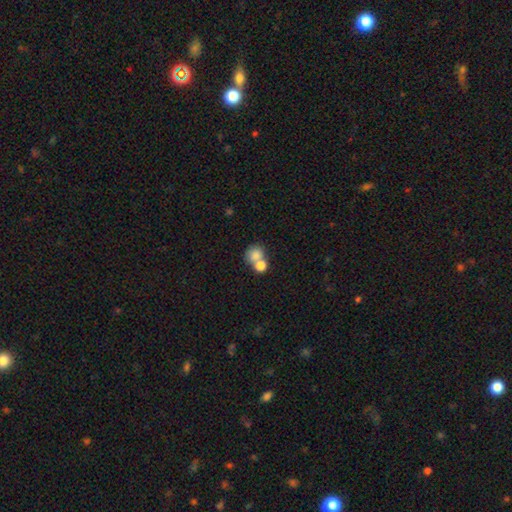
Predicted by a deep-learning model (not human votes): Q: Smooth or featured?
A: smooth (79%); runner-up: star or artifact (11%)
Q: How rounded?
A: round (74%); runner-up: in between (25%)
Q: Merging?
A: merger (48%); runner-up: none (38%)